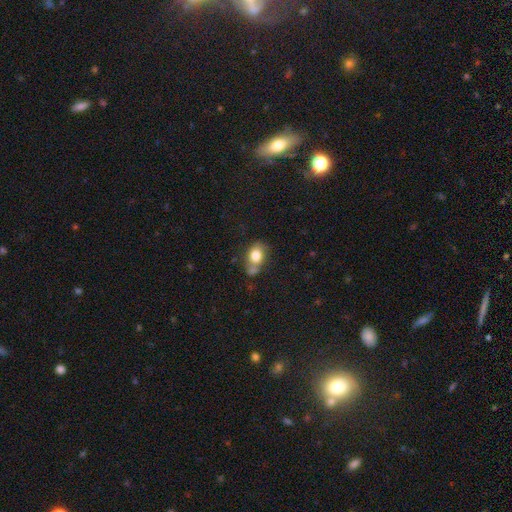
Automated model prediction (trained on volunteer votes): Overall: smooth (79%). How rounded: in between (69%; round 30%). Merging: none (46%; merger 24%).